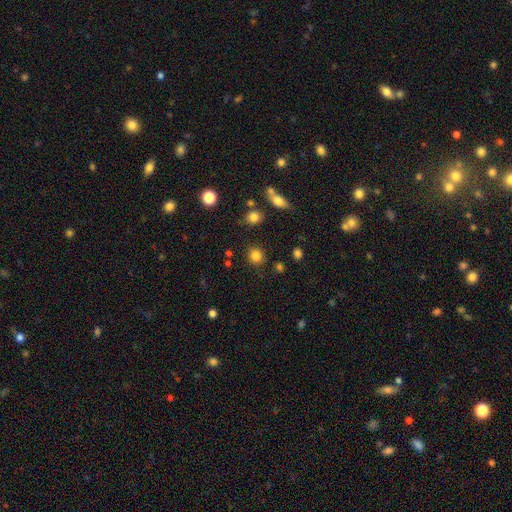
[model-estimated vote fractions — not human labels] smooth_or_featured: smooth (p=0.83) [alt: star or artifact p=0.12]
how_rounded: round (p=0.86) [alt: in between p=0.13]
merging: none (p=0.86) [alt: minor disturbance p=0.08]